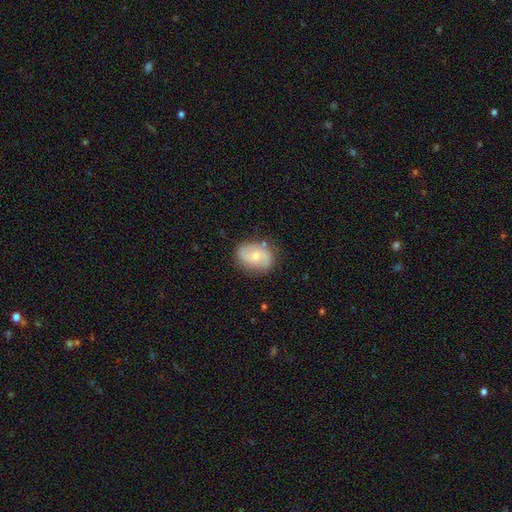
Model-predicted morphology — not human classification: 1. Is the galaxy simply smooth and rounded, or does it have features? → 51% featured or disk, 42% smooth, 7% star or artifact.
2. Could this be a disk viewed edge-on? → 96% no, 4% yes.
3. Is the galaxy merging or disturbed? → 76% none, 17% minor disturbance, 4% major disturbance, 3% merger.